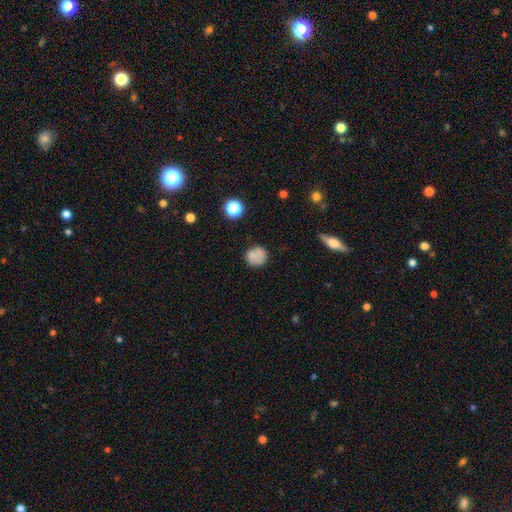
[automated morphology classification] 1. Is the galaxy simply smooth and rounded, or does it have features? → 76% smooth, 13% featured or disk, 11% star or artifact.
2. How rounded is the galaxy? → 87% round, 12% in between, 1% cigar-shaped.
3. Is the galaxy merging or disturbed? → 65% none, 18% minor disturbance, 11% merger, 6% major disturbance.